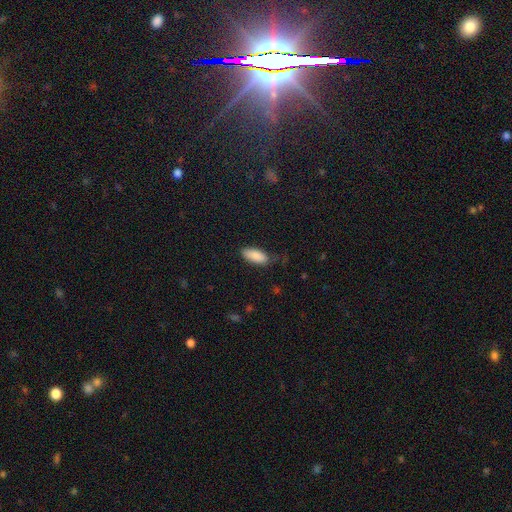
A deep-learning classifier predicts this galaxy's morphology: type=smooth (88%); roundness=in between (86%); merging=none (74%).